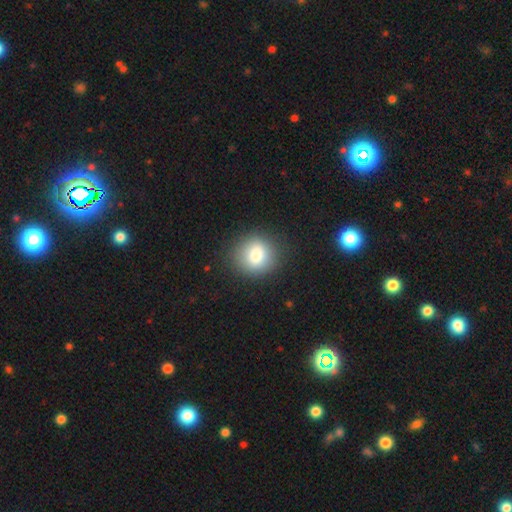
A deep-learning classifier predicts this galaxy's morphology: type=smooth (80%); roundness=round (84%); merging=none (88%).